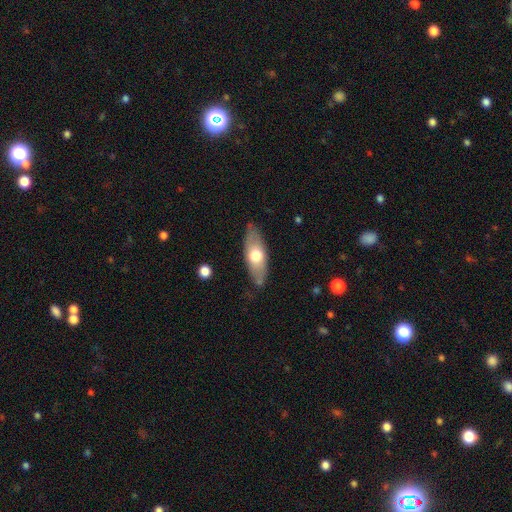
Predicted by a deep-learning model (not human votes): smooth 59%, featured or disk 35%, star or artifact 6%. Down the decision tree: how rounded — in between (72%); merging — none (80%).